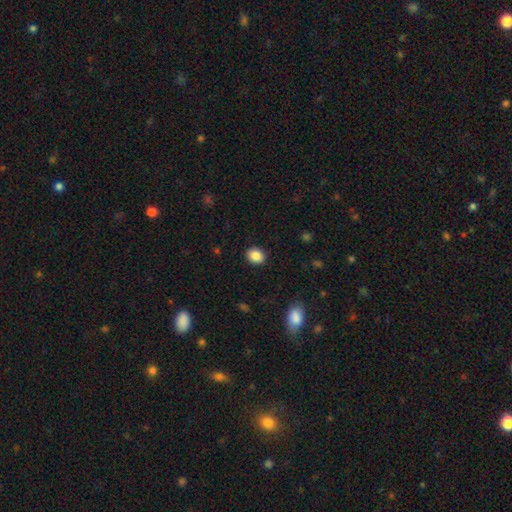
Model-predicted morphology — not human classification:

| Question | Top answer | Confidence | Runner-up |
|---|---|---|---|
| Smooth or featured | smooth | 87% | star or artifact (9%) |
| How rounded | round | 52% | in between (47%) |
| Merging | none | 89% | minor disturbance (8%) |